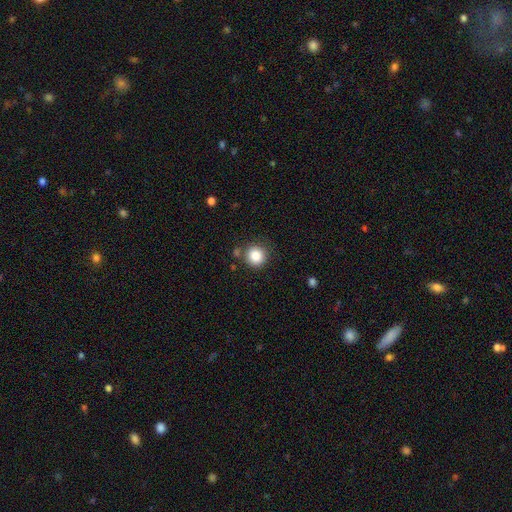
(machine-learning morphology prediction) Smooth or featured? smooth (85%)
How rounded? round (93%)
Merging? none (81%)